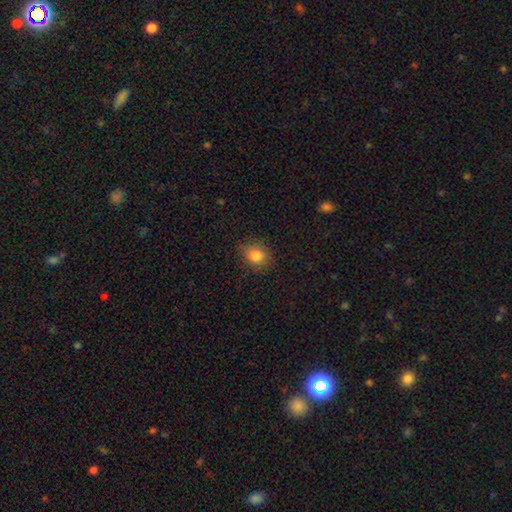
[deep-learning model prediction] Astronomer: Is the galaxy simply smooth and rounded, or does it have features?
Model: smooth — 83%.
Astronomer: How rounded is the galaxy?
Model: round — 62% (runner-up: in between, 37%).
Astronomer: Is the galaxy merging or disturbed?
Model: none — 79%.